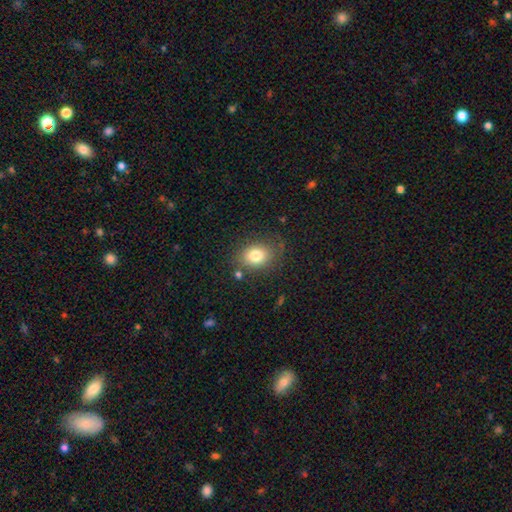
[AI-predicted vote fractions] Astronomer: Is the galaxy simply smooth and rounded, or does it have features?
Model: smooth — 80%.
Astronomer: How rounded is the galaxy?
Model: in between — 57% (runner-up: round, 42%).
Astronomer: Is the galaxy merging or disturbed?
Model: none — 76%.